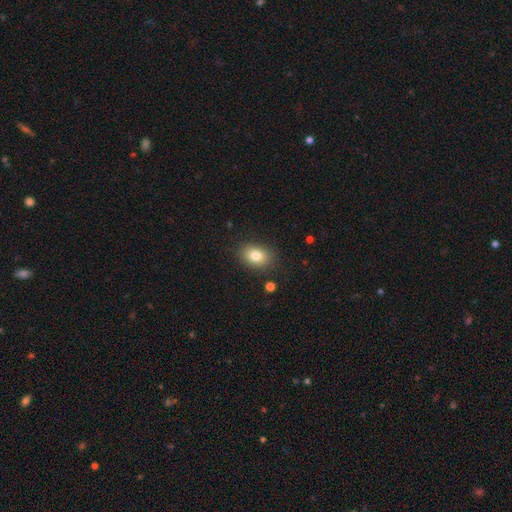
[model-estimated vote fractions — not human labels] smooth 81%, featured or disk 10%, star or artifact 9%. Down the decision tree: how rounded — in between (77%); merging — none (85%).